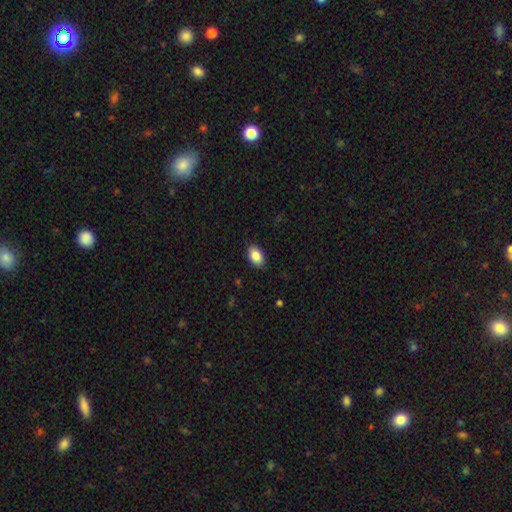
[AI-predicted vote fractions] The model was most divided on "smooth or featured": smooth: 86%, star or artifact: 8%, featured or disk: 6%. More confident: how rounded — in between (89%); merging — none (88%).